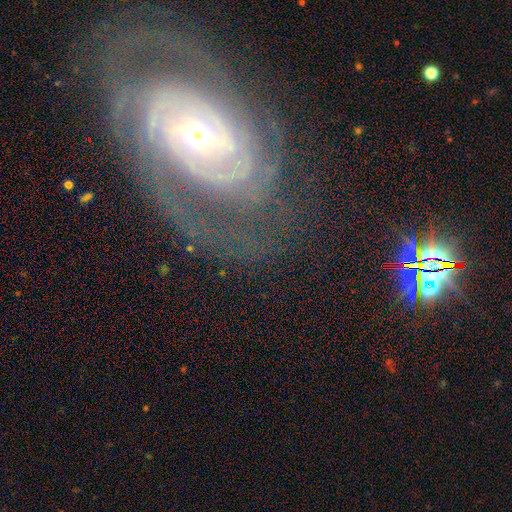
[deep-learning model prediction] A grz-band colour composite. It shows a featured or disk galaxy (86%) with no bar (47%), 2 (34%) tight (75%) spiral arms (97%) and a small central bulge (61%). Merging: none (72%).